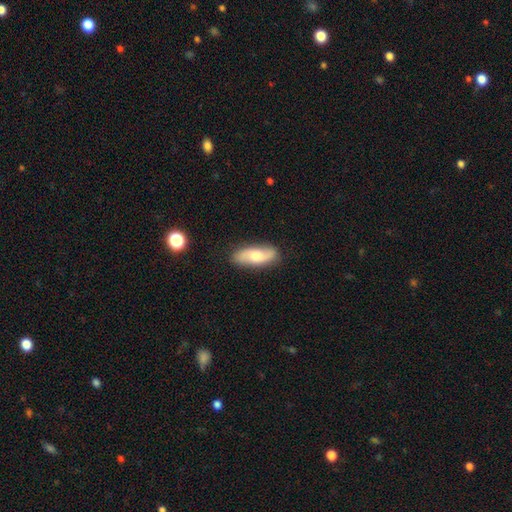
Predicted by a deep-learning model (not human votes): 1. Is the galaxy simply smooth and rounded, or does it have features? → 49% smooth, 45% featured or disk, 6% star or artifact.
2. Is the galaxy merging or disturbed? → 84% none, 12% minor disturbance, 3% major disturbance, 1% merger.